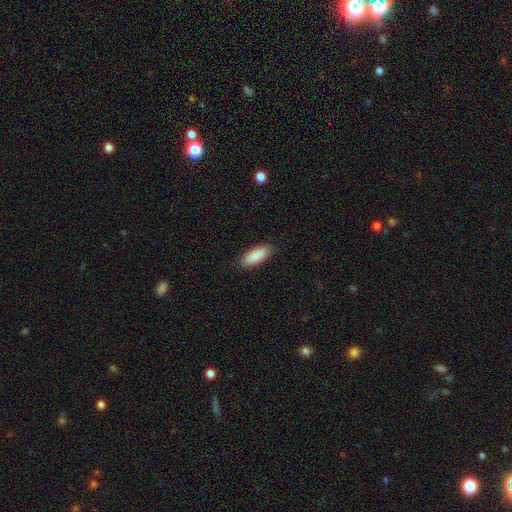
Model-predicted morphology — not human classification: smooth-or-featured: smooth: 90% | star or artifact: 6% | featured or disk: 4%
  how-rounded: in between: 77% | cigar-shaped: 21% | round: 2%
  merging: none: 88% | minor disturbance: 9% | major disturbance: 2% | merger: 1%